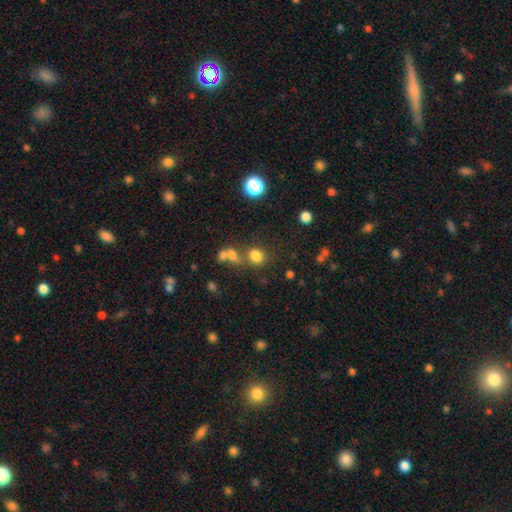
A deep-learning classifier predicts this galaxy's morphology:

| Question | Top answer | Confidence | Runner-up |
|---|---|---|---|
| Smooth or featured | smooth | 75% | star or artifact (17%) |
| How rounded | round | 74% | in between (24%) |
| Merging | none | 57% | merger (26%) |